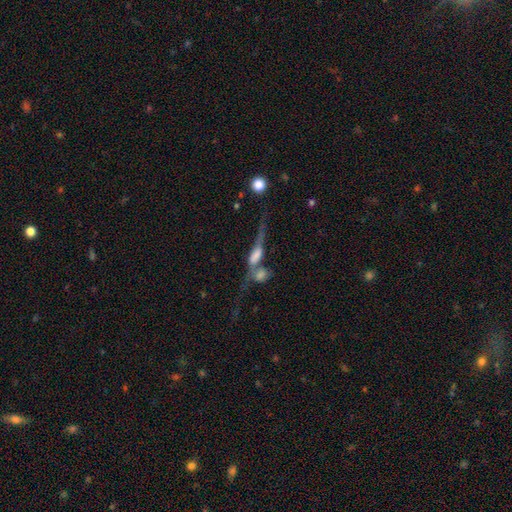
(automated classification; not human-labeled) Overall: featured or disk (54%; smooth 35%). Edge-on disk: yes (56%; no 44%). Merging: merger (61%).